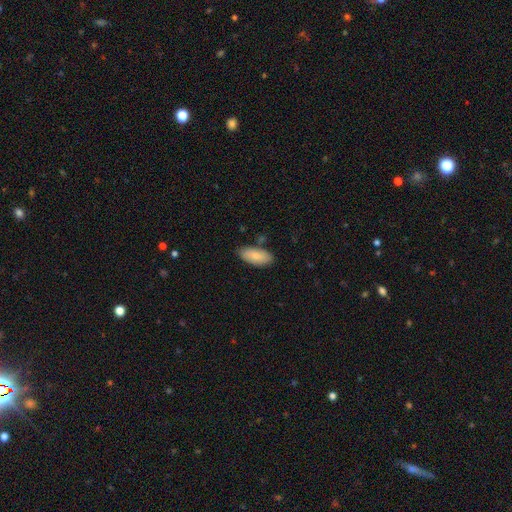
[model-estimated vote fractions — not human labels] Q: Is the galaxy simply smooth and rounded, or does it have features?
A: smooth — 78%.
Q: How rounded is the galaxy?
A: in between — 90%.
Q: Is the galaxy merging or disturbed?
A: none — 79%.